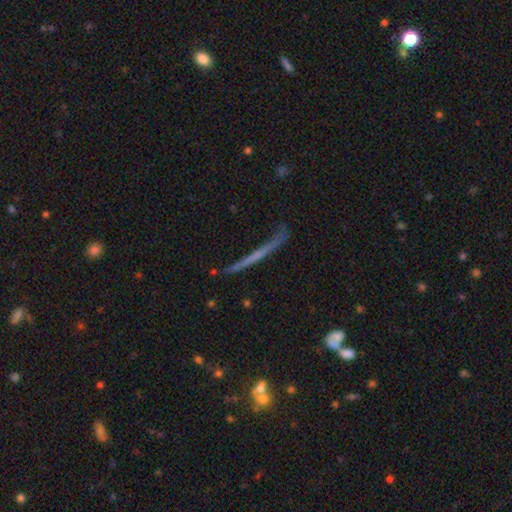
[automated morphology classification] Smooth or featured?
  - featured or disk: 54% *
  - smooth: 35%
  - star or artifact: 11%
Edge-on disk?
  - yes: 92% *
  - no: 8%
Merging?
  - none: 72% *
  - minor disturbance: 17%
  - major disturbance: 7%
  - merger: 4%